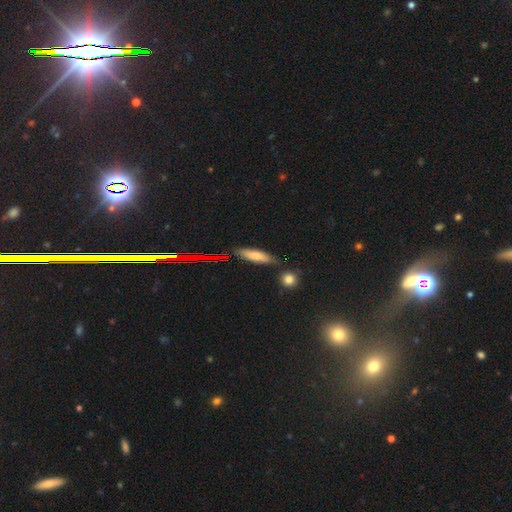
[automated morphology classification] This appears to be a smooth galaxy with no disk features (68%) that is cigar-shaped (61%). Merging: none (80%).